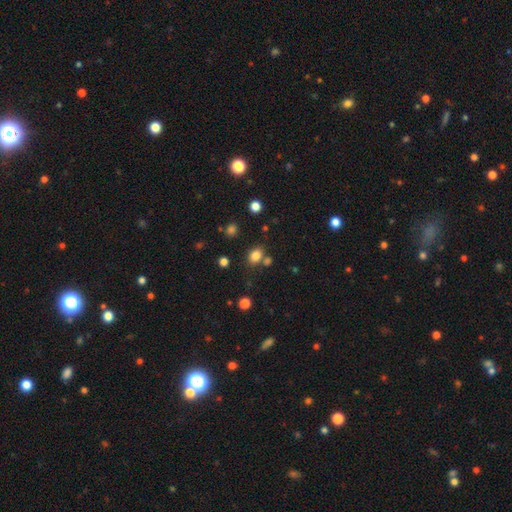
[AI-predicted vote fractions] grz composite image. It shows a smooth galaxy with no disk features (80%) that is in between round and cigar-shaped (51%). Merging: none (71%).